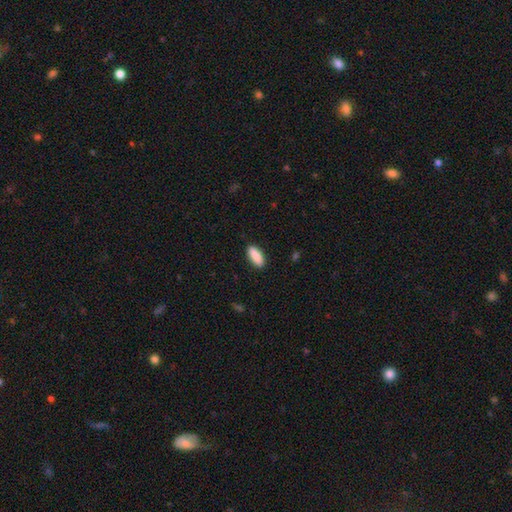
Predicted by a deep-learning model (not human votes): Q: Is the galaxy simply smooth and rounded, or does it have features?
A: smooth — 89%.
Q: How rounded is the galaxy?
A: in between — 75%.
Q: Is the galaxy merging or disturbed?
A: none — 89%.